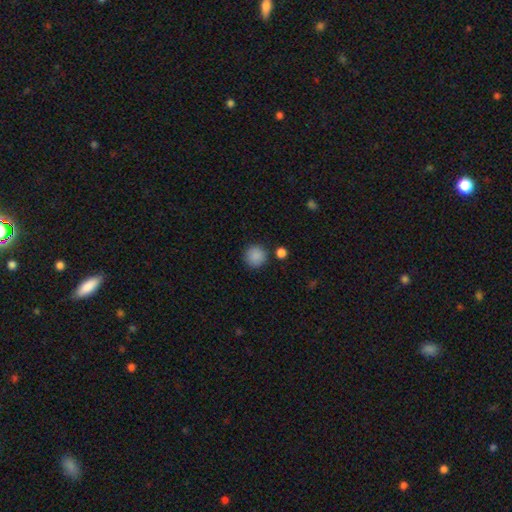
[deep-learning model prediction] Smooth or featured? Predicted: smooth (p=0.88). How rounded? Predicted: round (p=0.94). Merging? Predicted: none (p=0.86).